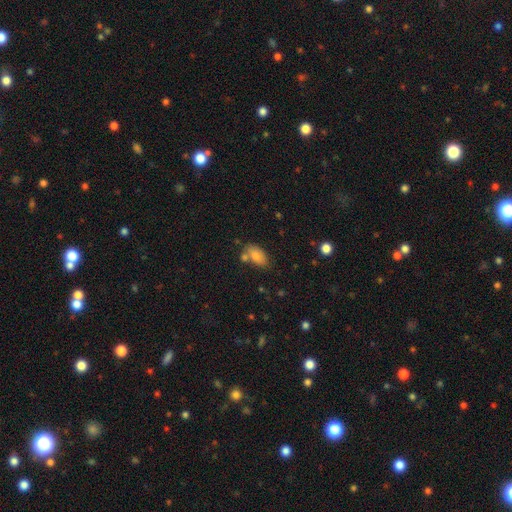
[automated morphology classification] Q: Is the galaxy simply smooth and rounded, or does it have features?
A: smooth — 79%.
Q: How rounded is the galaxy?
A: in between — 92%.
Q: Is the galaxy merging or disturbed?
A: none — 66%.